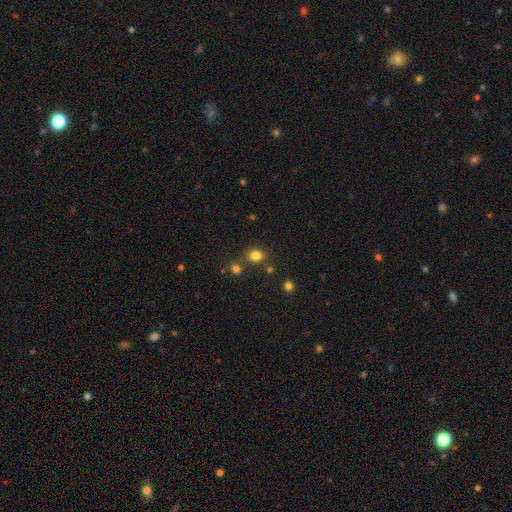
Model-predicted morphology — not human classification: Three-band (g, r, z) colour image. It shows a smooth galaxy with no disk features (79%) that is round (63%). Merging: none (69%).